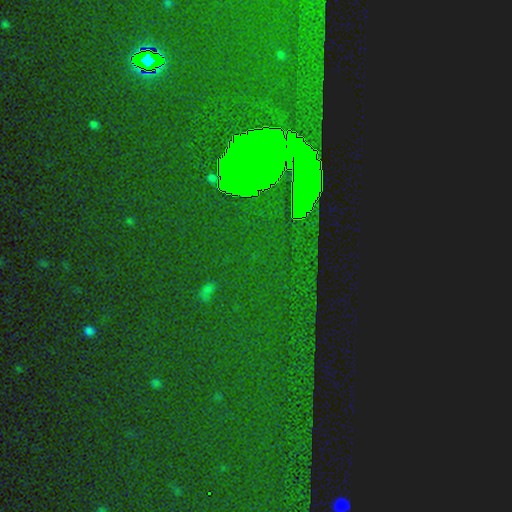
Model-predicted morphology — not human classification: Smooth or featured? star or artifact (81%)